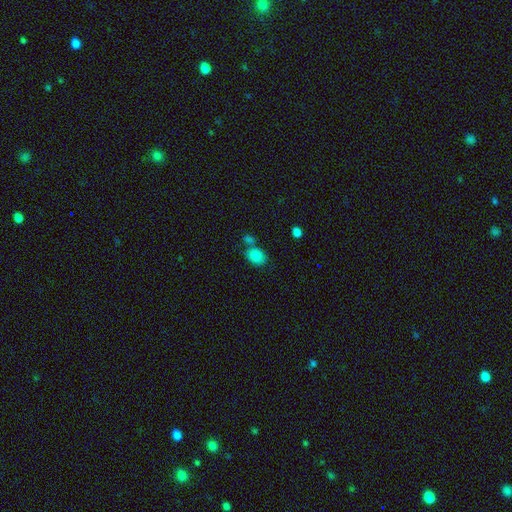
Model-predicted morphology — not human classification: Smooth or featured? Predicted: smooth (p=0.86). How rounded? Predicted: in between (p=0.62). Merging? Predicted: none (p=0.54).